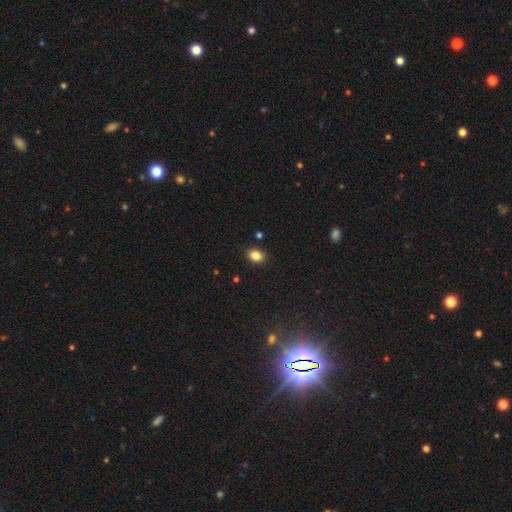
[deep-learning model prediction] The model was most divided on "how rounded": in between: 70%, round: 29%, cigar-shaped: 1%. More confident: merging — none (88%); smooth or featured — smooth (84%).